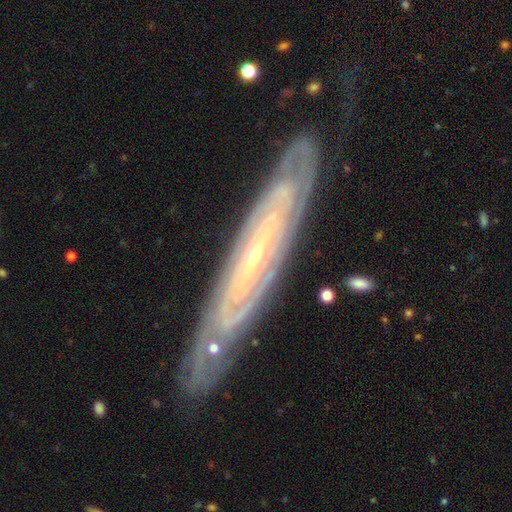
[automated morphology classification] smooth_or_featured: featured or disk (p=0.86) [alt: smooth p=0.08]
disk_edge_on: no (p=0.67) [alt: yes p=0.33]
bar: no (p=0.59) [alt: weak p=0.26]
has_spiral_arms: yes (p=0.91) [alt: no p=0.09]
spiral_winding: tight (p=0.80) [alt: medium p=0.16]
spiral_arm_count: can't tell (p=0.57) [alt: 2 p=0.18]
bulge_size: small (p=0.80) [alt: moderate p=0.16]
merging: none (p=0.80) [alt: minor disturbance p=0.14]